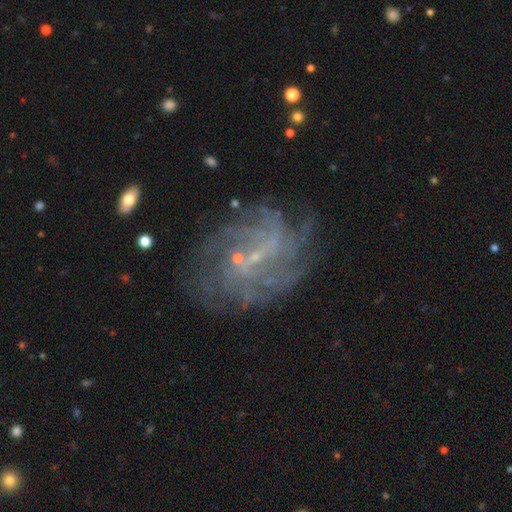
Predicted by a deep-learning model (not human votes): A featured or disk galaxy (79%) with a weak bar (47%), tight (41%) spiral arms (88%) and a small central bulge (67%). Merging: none (65%).